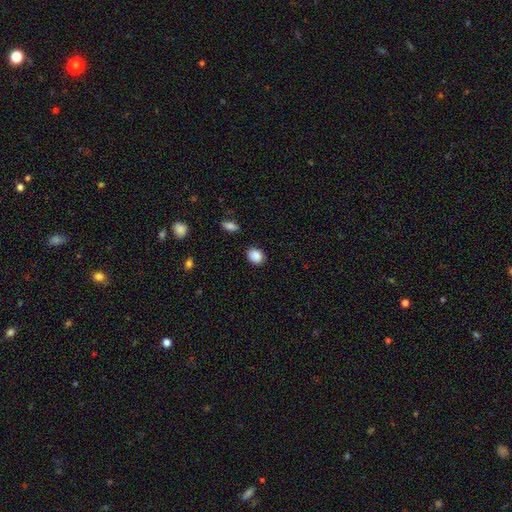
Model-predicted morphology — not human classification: The model was most divided on "how rounded": in between: 52%, round: 47%, cigar-shaped: 1%. More confident: smooth or featured — smooth (88%); merging — none (86%).